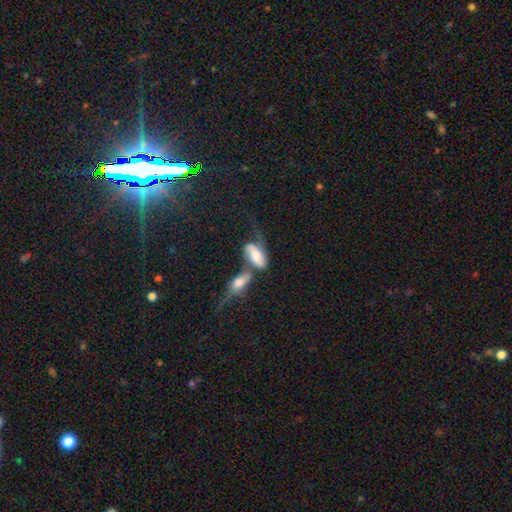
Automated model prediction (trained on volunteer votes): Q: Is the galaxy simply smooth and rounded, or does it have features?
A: featured or disk — 49%.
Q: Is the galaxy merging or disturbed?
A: merger — 59%.